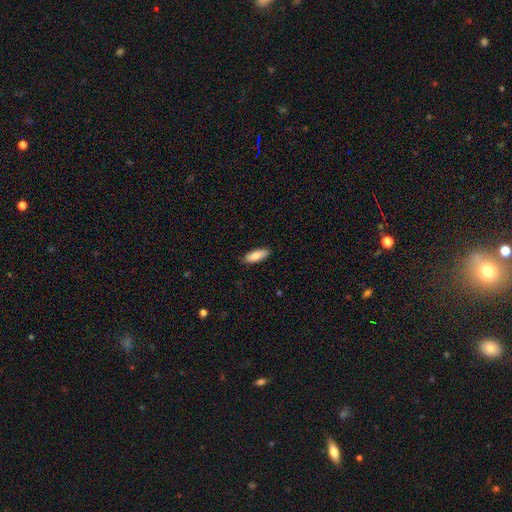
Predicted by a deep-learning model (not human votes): Smooth or featured?
  - smooth: 86% *
  - featured or disk: 8%
  - star or artifact: 6%
How rounded?
  - in between: 64% *
  - cigar-shaped: 34%
  - round: 2%
Merging?
  - none: 87% *
  - minor disturbance: 11%
  - major disturbance: 2%
  - merger: 1%